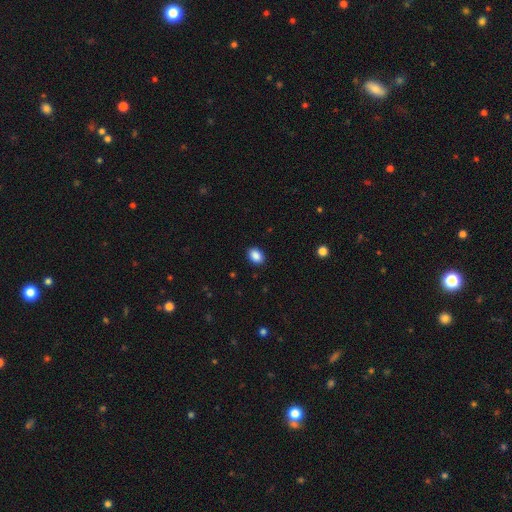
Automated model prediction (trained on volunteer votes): Morphology: type=smooth (89%); roundness=in between (78%); merging=none (90%).